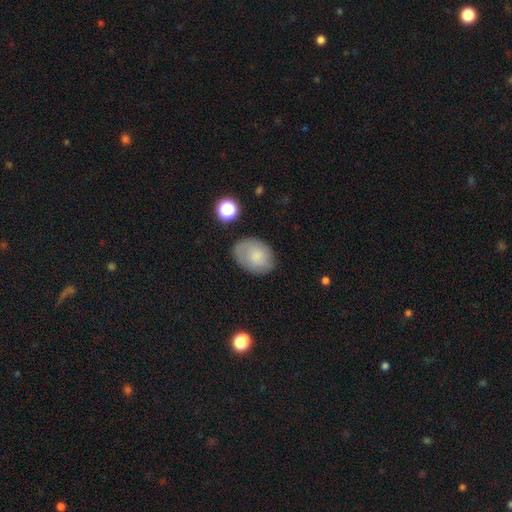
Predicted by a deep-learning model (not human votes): A smooth galaxy with no disk features (70%) that is in between round and cigar-shaped (73%).

Vote fractions:
- Smooth or featured? smooth: 70% / featured or disk: 21% / star or artifact: 8%
- How rounded? in between: 73% / round: 26% / cigar-shaped: 1%
- Merging? none: 73% / minor disturbance: 19% / major disturbance: 6% / merger: 2%